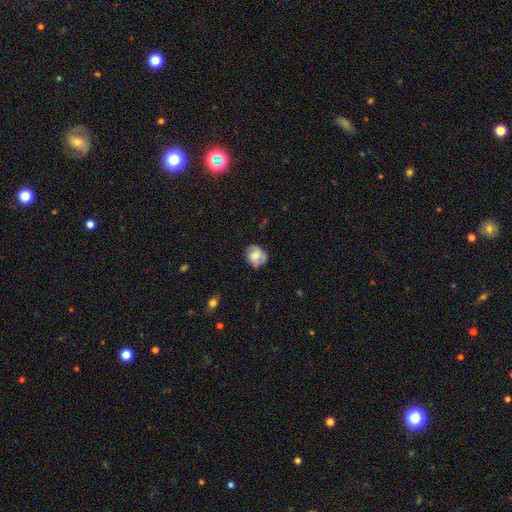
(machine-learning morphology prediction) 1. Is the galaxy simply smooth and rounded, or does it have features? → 62% smooth, 29% featured or disk, 8% star or artifact.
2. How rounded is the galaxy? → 69% round, 30% in between, 1% cigar-shaped.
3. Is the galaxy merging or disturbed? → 68% none, 24% minor disturbance, 7% major disturbance, 2% merger.